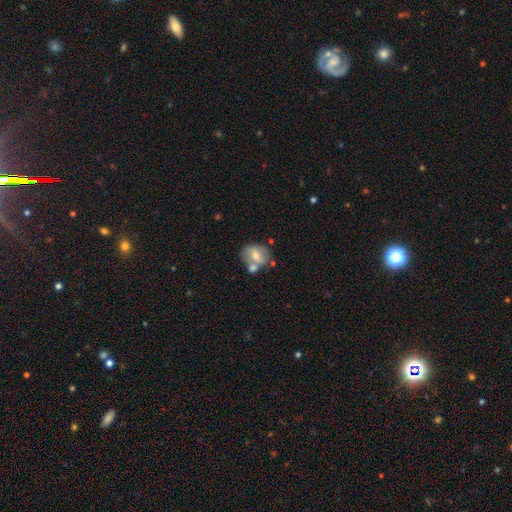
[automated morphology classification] Smooth or featured?
  - smooth: 56% *
  - featured or disk: 36%
  - star or artifact: 8%
How rounded?
  - in between: 52% *
  - round: 47%
  - cigar-shaped: 1%
Merging?
  - none: 48% *
  - merger: 31%
  - minor disturbance: 16%
  - major disturbance: 5%